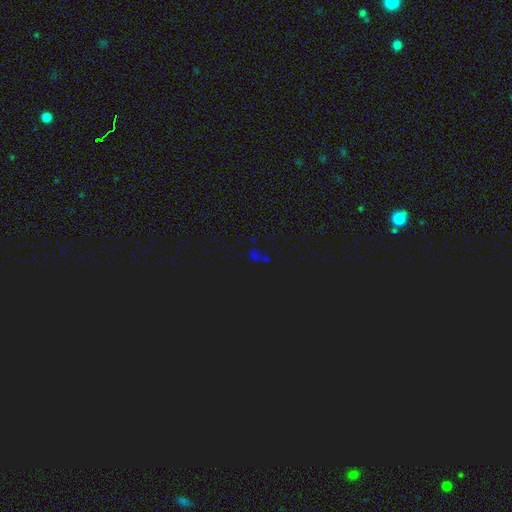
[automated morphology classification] A star or artifact, not a galaxy (65%).